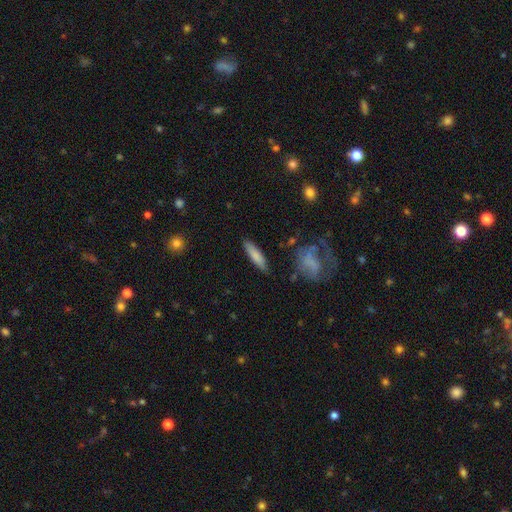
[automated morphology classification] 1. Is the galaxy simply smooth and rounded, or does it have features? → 78% smooth, 16% featured or disk, 6% star or artifact.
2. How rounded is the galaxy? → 70% cigar-shaped, 29% in between, 2% round.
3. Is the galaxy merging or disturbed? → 85% none, 10% minor disturbance, 3% major disturbance, 2% merger.